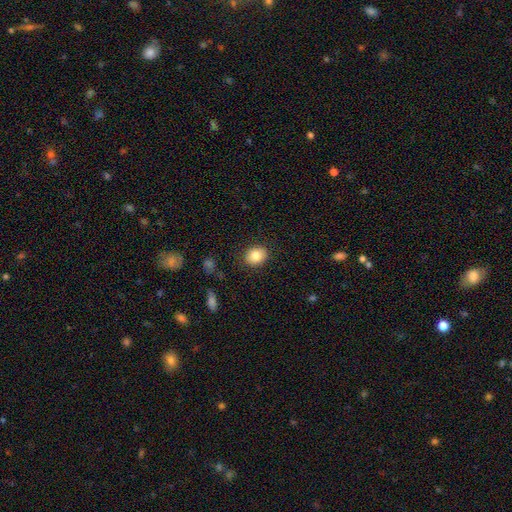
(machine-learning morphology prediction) type=smooth (83%); roundness=round (60%); merging=none (88%).